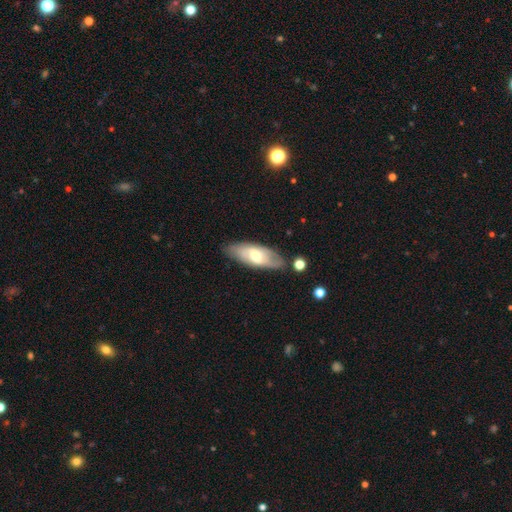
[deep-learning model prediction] A featured or disk galaxy (52%).

Vote fractions:
- Smooth or featured? featured or disk: 52% / smooth: 42% / star or artifact: 6%
- Edge-on disk? no: 77% / yes: 23%
- Merging? none: 77% / minor disturbance: 16% / major disturbance: 4% / merger: 3%